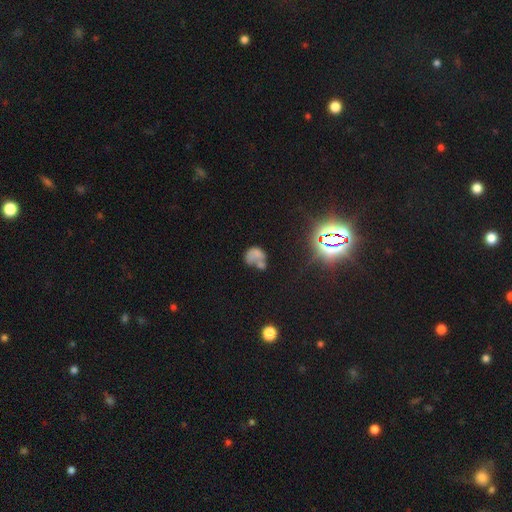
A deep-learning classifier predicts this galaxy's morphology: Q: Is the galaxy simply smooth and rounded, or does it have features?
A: smooth — 54%.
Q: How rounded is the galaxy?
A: round — 50%.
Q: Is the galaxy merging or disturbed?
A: merger — 36%.